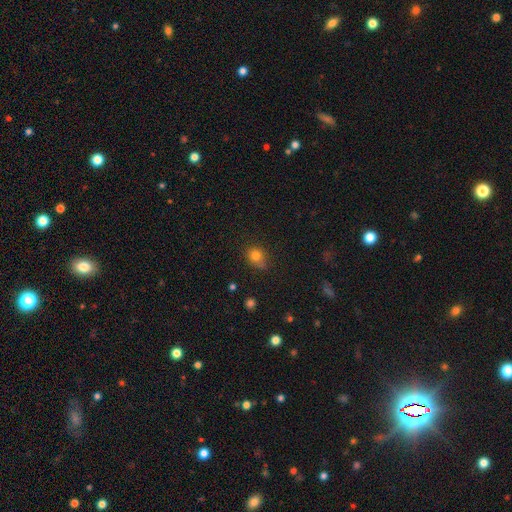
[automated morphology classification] Smooth or featured? smooth (80%)
How rounded? round (68%)
Merging? none (65%)